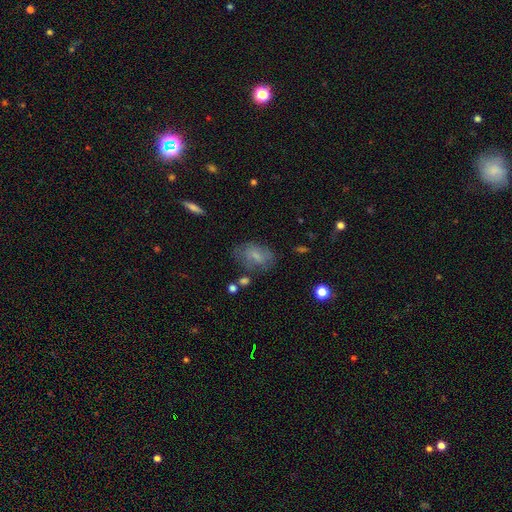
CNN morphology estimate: Smooth or featured? Predicted: smooth (p=0.61). How rounded? Predicted: in between (p=0.81). Merging? Predicted: none (p=0.60).